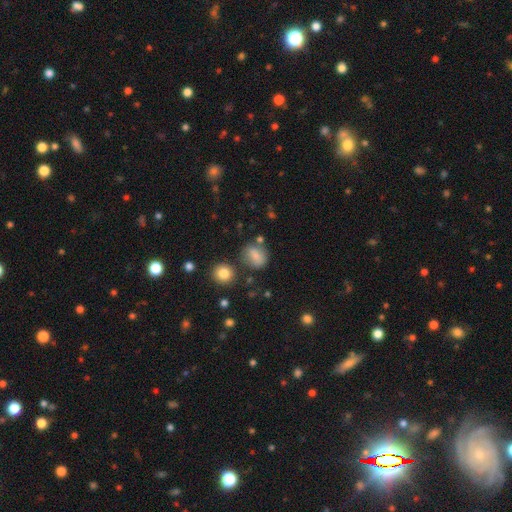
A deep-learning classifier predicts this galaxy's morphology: Overall: smooth (77%). How rounded: round (54%; in between 44%). Merging: none (68%).